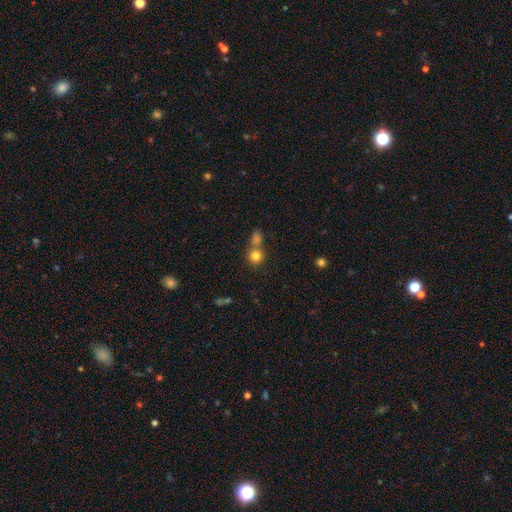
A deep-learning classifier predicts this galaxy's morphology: This appears to be a smooth galaxy with no disk features (81%) that is round (88%). Merging: none (54%).